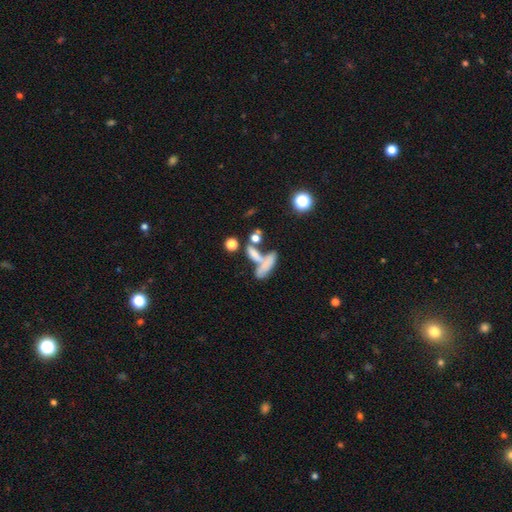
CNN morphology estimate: Smooth or featured: smooth — 49% (featured or disk — 33%)
Merging: merger — 50% (none — 25%)